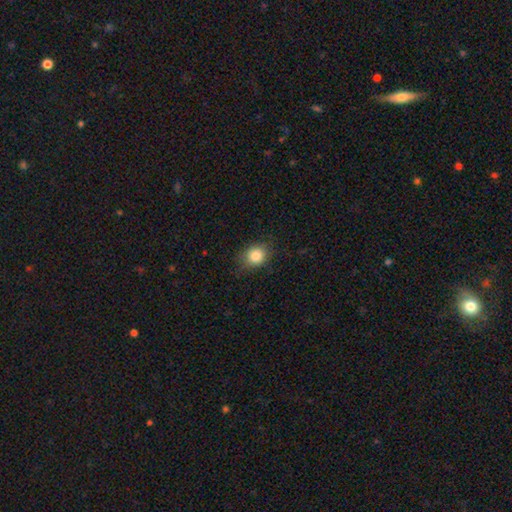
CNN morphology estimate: type=smooth (85%); roundness=round (59%); merging=none (80%).